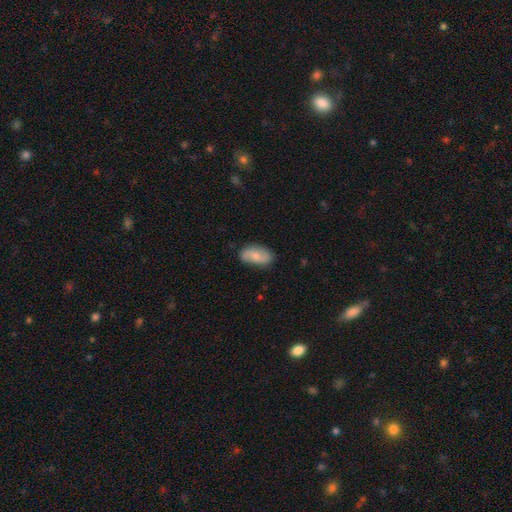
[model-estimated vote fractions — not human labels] A smooth galaxy with no disk features (57%) that is in between round and cigar-shaped (92%).

Vote fractions:
- Smooth or featured? smooth: 57% / featured or disk: 37% / star or artifact: 6%
- How rounded? in between: 92% / round: 5% / cigar-shaped: 3%
- Merging? none: 77% / minor disturbance: 18% / major disturbance: 4% / merger: 1%